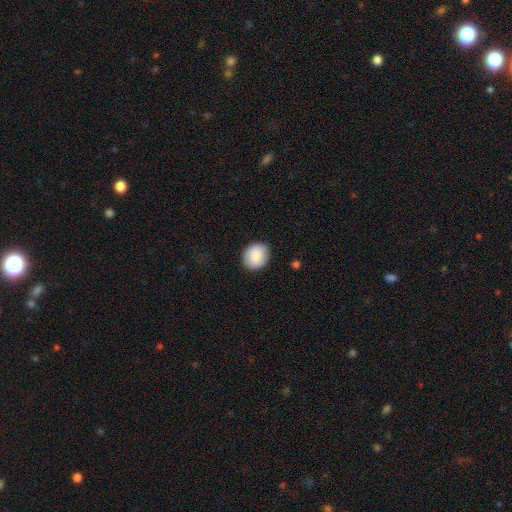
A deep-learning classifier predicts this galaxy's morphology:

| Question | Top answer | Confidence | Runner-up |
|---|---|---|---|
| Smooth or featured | smooth | 86% | featured or disk (7%) |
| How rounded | round | 64% | in between (35%) |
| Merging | none | 86% | minor disturbance (10%) |